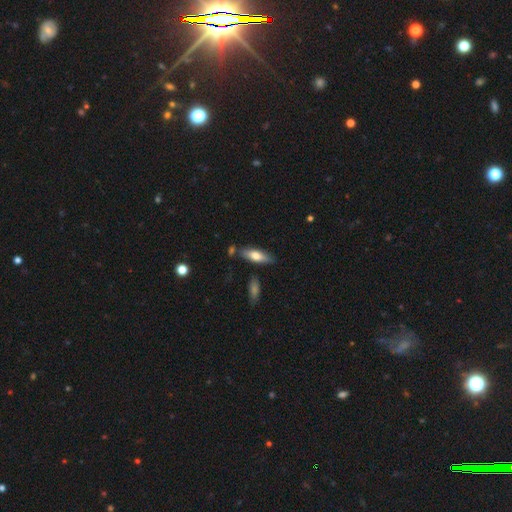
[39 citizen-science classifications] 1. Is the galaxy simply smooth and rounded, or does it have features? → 54% smooth, 41% featured or disk, 5% star or artifact.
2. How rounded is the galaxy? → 57% in between, 43% cigar-shaped, 0% round.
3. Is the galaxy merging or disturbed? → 78% none, 16% minor disturbance, 5% merger, 0% major disturbance.